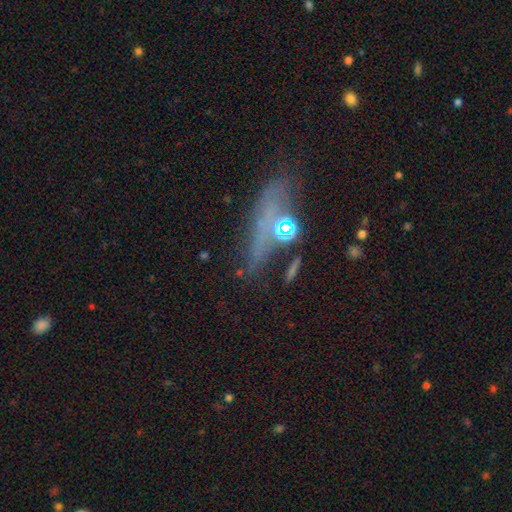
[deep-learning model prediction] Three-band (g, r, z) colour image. It shows a smooth galaxy with no disk features (36%). Merging: none (55%).